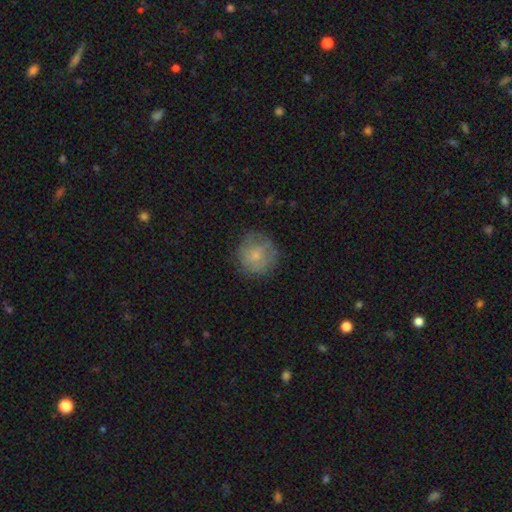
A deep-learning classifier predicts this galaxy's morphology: Smooth or featured? Predicted: smooth (p=0.66). How rounded? Predicted: round (p=0.91). Merging? Predicted: none (p=0.73).